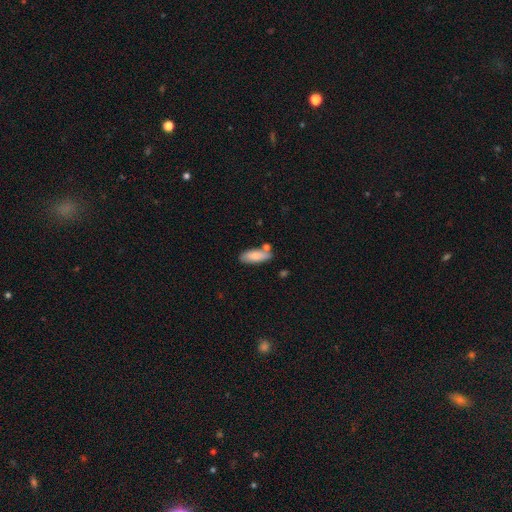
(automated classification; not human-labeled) A smooth galaxy with no disk features (81%) that is in between round and cigar-shaped (70%).

Vote fractions:
- Smooth or featured? smooth: 81% / featured or disk: 13% / star or artifact: 6%
- How rounded? in between: 70% / cigar-shaped: 28% / round: 2%
- Merging? none: 72% / minor disturbance: 16% / merger: 10% / major disturbance: 3%